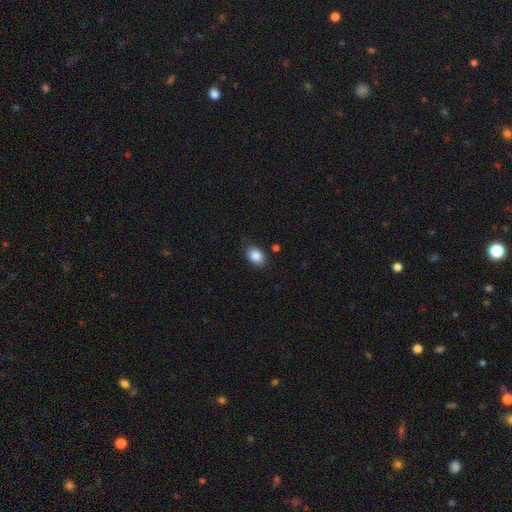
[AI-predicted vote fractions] Smooth or featured?
  - smooth: 87% *
  - star or artifact: 8%
  - featured or disk: 5%
How rounded?
  - in between: 79% *
  - round: 20%
  - cigar-shaped: 1%
Merging?
  - none: 80% *
  - minor disturbance: 15%
  - major disturbance: 3%
  - merger: 2%